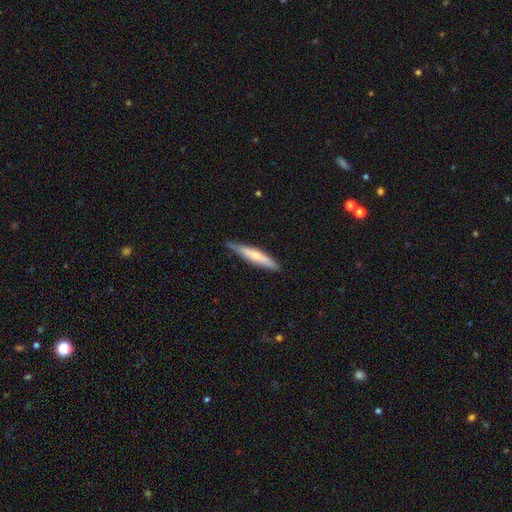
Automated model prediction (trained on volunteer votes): A smooth galaxy with no disk features (59%) that is cigar-shaped (91%). Merging: none (80%).